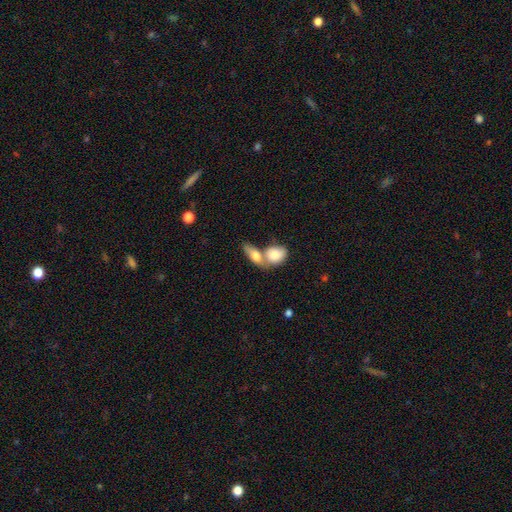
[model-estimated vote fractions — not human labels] smooth_or_featured: smooth (p=0.77) [alt: featured or disk p=0.17]
how_rounded: in between (p=0.74) [alt: round p=0.15]
merging: merger (p=0.63) [alt: none p=0.25]